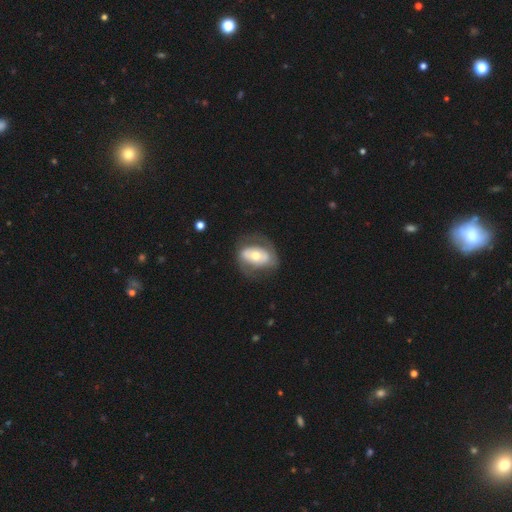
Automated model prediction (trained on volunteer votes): Smooth or featured?
  - featured or disk: 55% *
  - smooth: 39%
  - star or artifact: 6%
Edge-on disk?
  - no: 93% *
  - yes: 7%
Bar?
  - no: 59% *
  - weak: 21%
  - strong: 21%
Spiral arms?
  - no: 60% *
  - yes: 40%
Bulge size?
  - moderate: 65% *
  - small: 24%
  - large: 9%
  - dominant: 1%
  - none: 1%
Merging?
  - none: 64% *
  - minor disturbance: 20%
  - major disturbance: 14%
  - merger: 2%